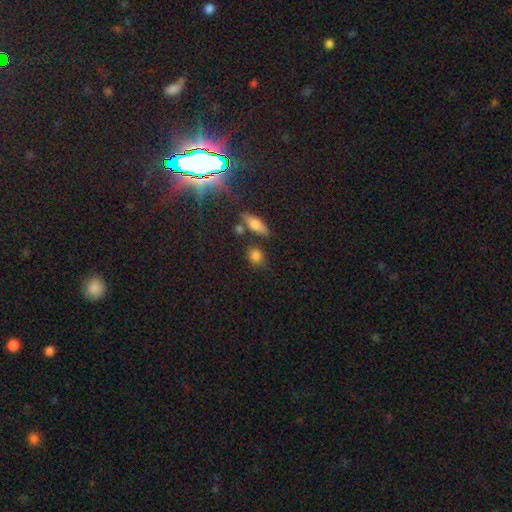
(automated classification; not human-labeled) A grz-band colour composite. It shows a smooth galaxy with no disk features (81%) that is round (64%). Merging: none (71%).